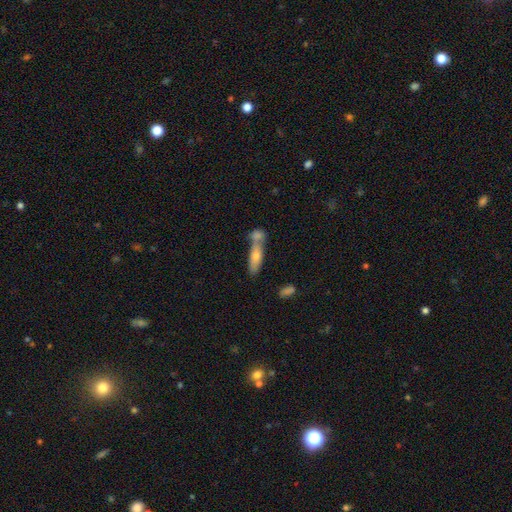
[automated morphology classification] Smooth or featured? Predicted: smooth (p=0.62). How rounded? Predicted: cigar-shaped (p=0.58). Merging? Predicted: merger (p=0.50).